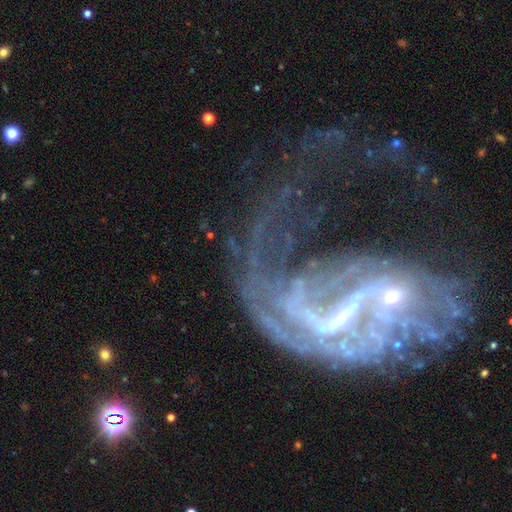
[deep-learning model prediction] Smooth or featured? featured or disk (82%)
Edge-on disk? no (96%)
Bar? strong (41%)
Spiral arms? yes (80%)
Spiral winding? loose (56%)
Spiral arm count? 2 (38%)
Bulge size? small (50%)
Merging? major disturbance (52%)